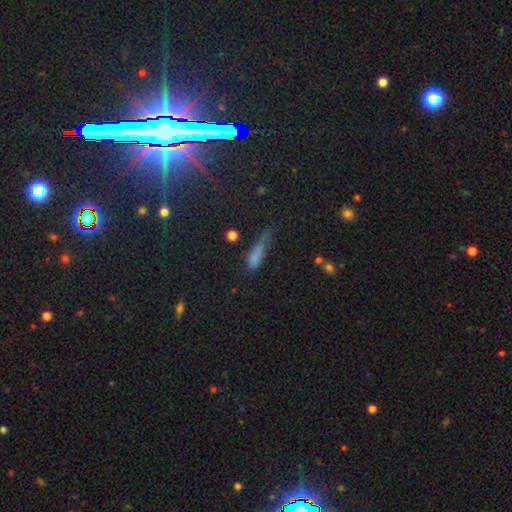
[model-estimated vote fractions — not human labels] smooth_or_featured: smooth (p=0.68) [alt: star or artifact p=0.18]
how_rounded: cigar-shaped (p=0.60) [alt: in between p=0.34]
merging: minor disturbance (p=0.34) [alt: none p=0.33]